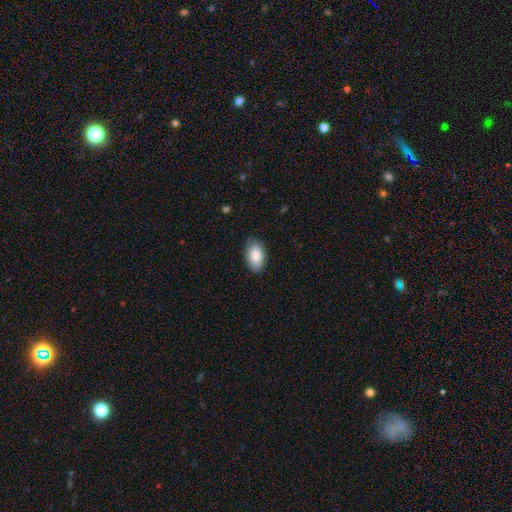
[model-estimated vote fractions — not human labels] The model was most divided on "merging": none: 83%, minor disturbance: 13%, major disturbance: 2%, merger: 1%. More confident: how rounded — in between (94%); smooth or featured — smooth (86%).